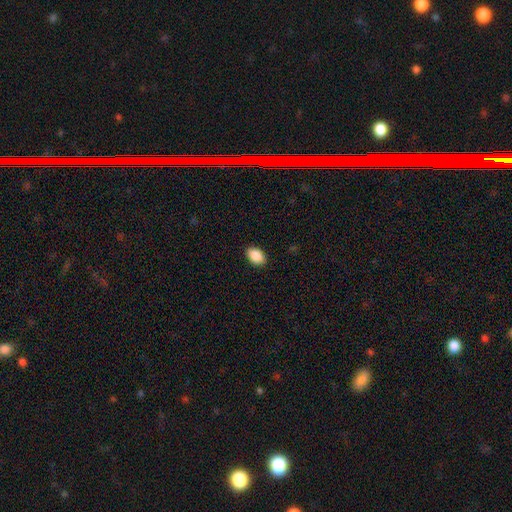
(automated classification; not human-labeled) Smooth or featured? Predicted: smooth (p=0.90). How rounded? Predicted: in between (p=0.89). Merging? Predicted: none (p=0.90).